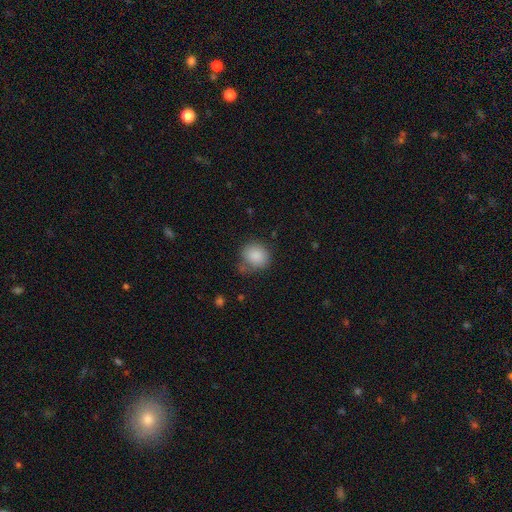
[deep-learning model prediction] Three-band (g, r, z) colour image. It shows a smooth galaxy with no disk features (87%) that is round (80%). Merging: none (70%).